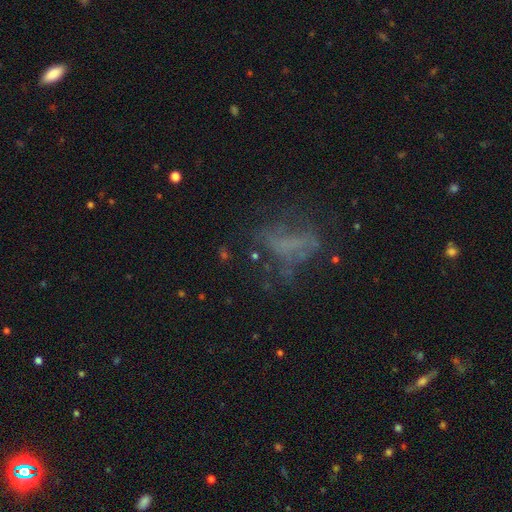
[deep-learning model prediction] Smooth or featured: featured or disk — 40% (smooth — 32%)
Merging: none — 42% (major disturbance — 35%)